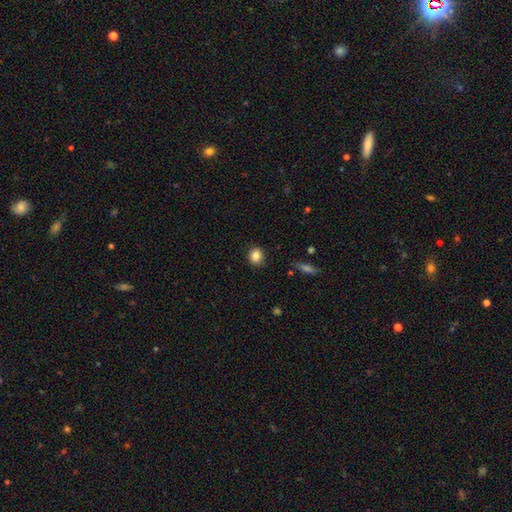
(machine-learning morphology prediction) This appears to be a smooth galaxy with no disk features (85%) that is round (77%). Merging: none (90%).